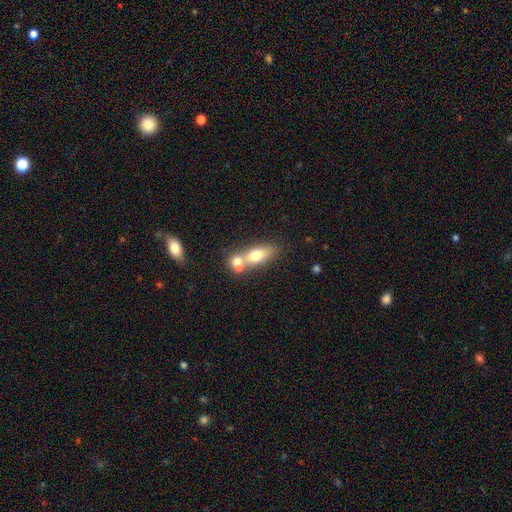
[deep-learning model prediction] smooth_or_featured: smooth (p=0.63) [alt: featured or disk p=0.29]
how_rounded: in between (p=0.64) [alt: cigar-shaped p=0.26]
merging: merger (p=0.52) [alt: none p=0.34]